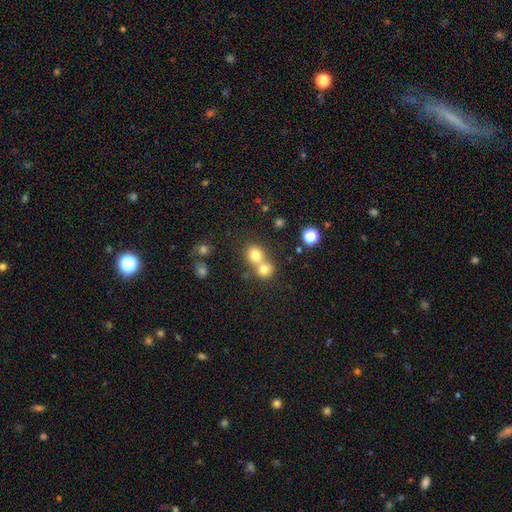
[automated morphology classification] The model was most divided on "merging": merger: 57%, none: 35%, minor disturbance: 5%, major disturbance: 2%. More confident: how rounded — round (77%); smooth or featured — smooth (76%).